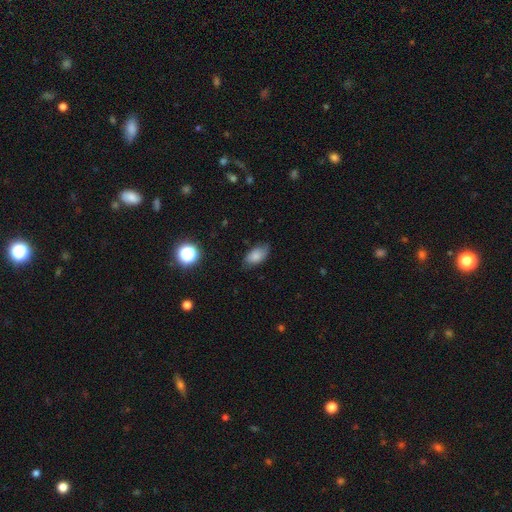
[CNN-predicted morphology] smooth-or-featured: smooth: 80% | featured or disk: 11% | star or artifact: 9%
  how-rounded: in between: 91% | round: 6% | cigar-shaped: 3%
  merging: none: 71% | minor disturbance: 23% | major disturbance: 5% | merger: 1%